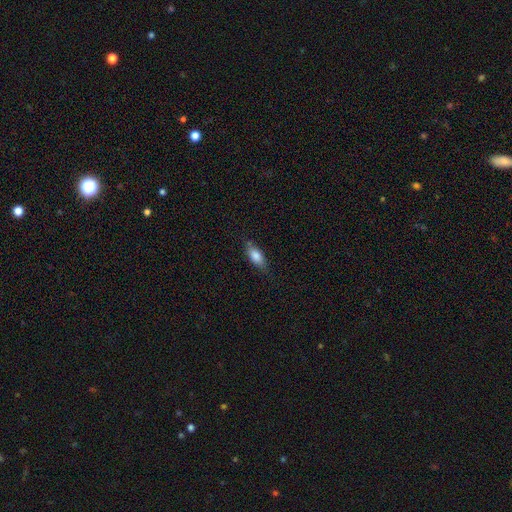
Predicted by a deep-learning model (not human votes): A smooth galaxy with no disk features (80%) that is in between round and cigar-shaped (81%). Merging: none (73%).